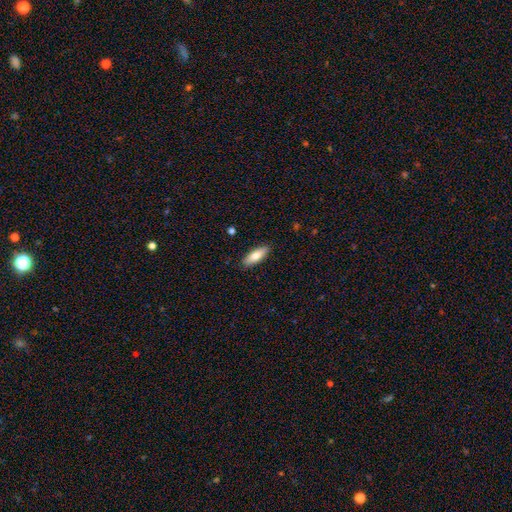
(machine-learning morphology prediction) Smooth or featured?
  - smooth: 76% *
  - featured or disk: 18%
  - star or artifact: 6%
How rounded?
  - in between: 65% *
  - cigar-shaped: 33%
  - round: 2%
Merging?
  - none: 89% *
  - minor disturbance: 8%
  - major disturbance: 2%
  - merger: 1%